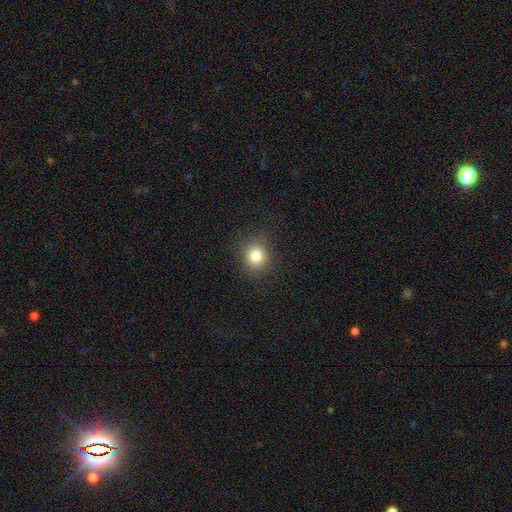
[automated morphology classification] smooth_or_featured: smooth (p=0.81) [alt: star or artifact p=0.12]
how_rounded: round (p=0.79) [alt: in between p=0.20]
merging: none (p=0.87) [alt: minor disturbance p=0.08]